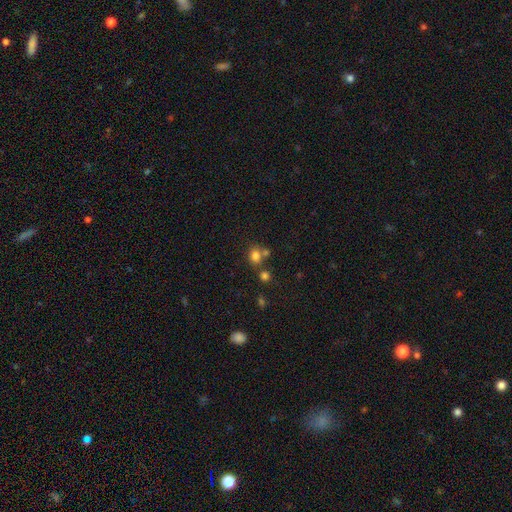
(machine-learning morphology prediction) This appears to be a smooth galaxy with no disk features (78%) that is round (66%). Merging: none (58%).